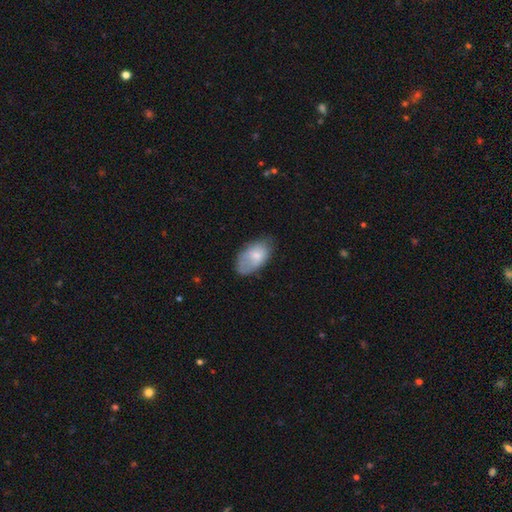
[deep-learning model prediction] Smooth or featured?
  - smooth: 71% *
  - featured or disk: 22%
  - star or artifact: 7%
How rounded?
  - in between: 93% *
  - round: 5%
  - cigar-shaped: 2%
Merging?
  - none: 58% *
  - minor disturbance: 30%
  - major disturbance: 10%
  - merger: 2%